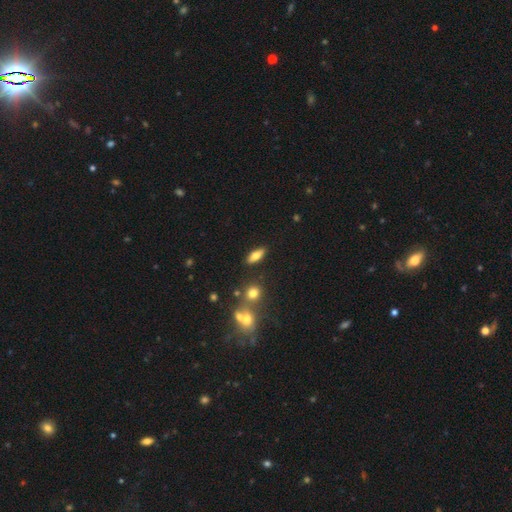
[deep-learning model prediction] The model was most divided on "smooth or featured": smooth: 67%, featured or disk: 24%, star or artifact: 9%. More confident: merging — none (84%); how rounded — in between (70%).